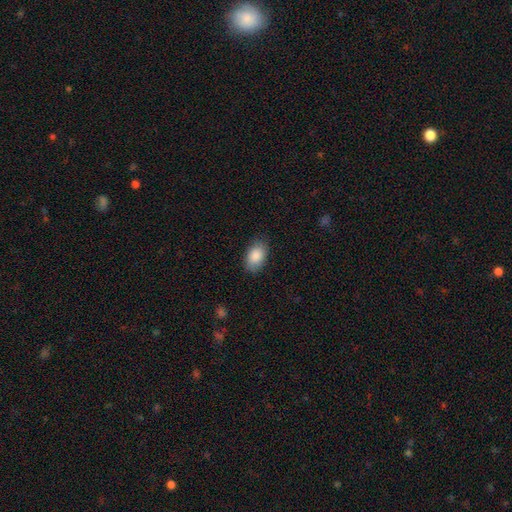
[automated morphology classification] This appears to be a smooth galaxy with no disk features (88%) that is in between round and cigar-shaped (91%). Merging: none (83%).